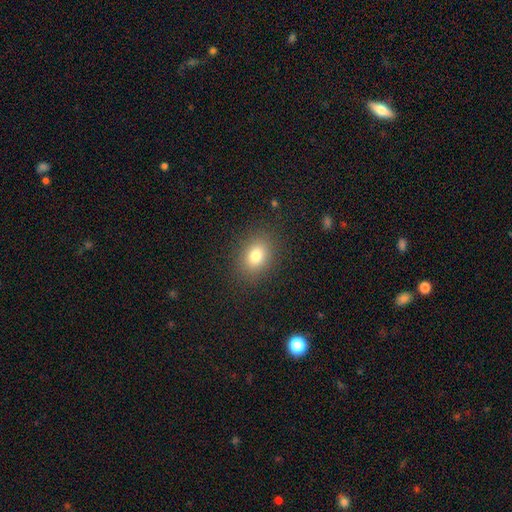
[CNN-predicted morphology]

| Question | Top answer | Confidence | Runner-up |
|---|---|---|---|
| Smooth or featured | smooth | 79% | star or artifact (12%) |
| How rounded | in between | 60% | round (39%) |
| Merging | none | 87% | minor disturbance (8%) |